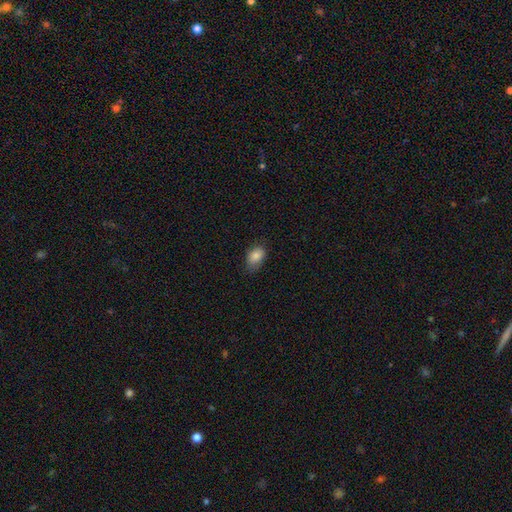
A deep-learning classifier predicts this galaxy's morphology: Overall: smooth (84%). How rounded: in between (85%). Merging: none (67%).